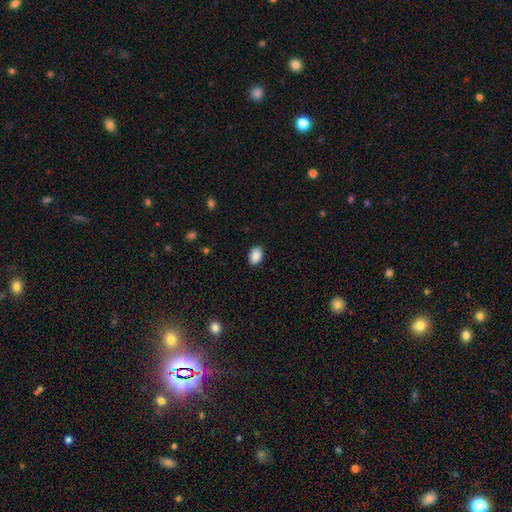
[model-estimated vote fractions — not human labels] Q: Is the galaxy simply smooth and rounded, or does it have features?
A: smooth — 90%.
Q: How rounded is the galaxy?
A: in between — 81%.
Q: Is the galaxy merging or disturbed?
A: none — 89%.